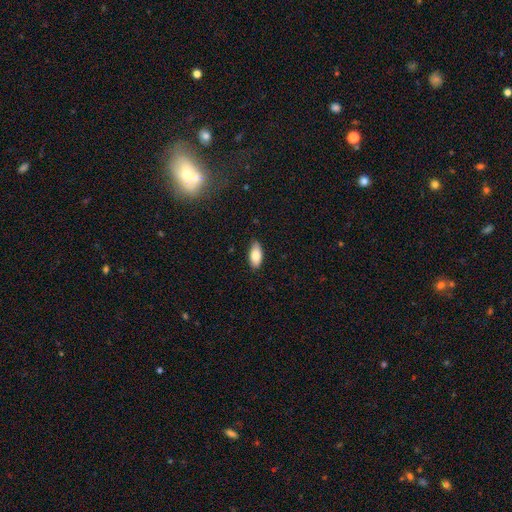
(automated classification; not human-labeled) Smooth or featured: smooth — 85% (featured or disk — 8%)
How rounded: in between — 90% (cigar-shaped — 8%)
Merging: none — 83% (minor disturbance — 14%)